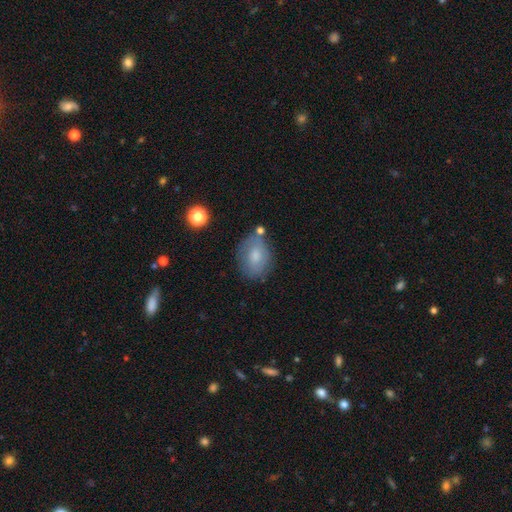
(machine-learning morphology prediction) Smooth or featured? Predicted: smooth (p=0.72). How rounded? Predicted: in between (p=0.73). Merging? Predicted: none (p=0.72).